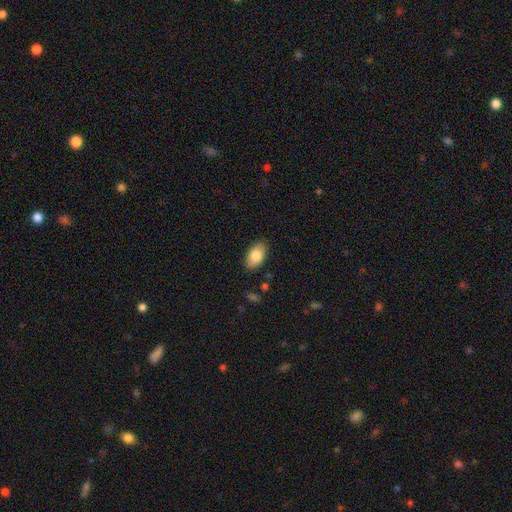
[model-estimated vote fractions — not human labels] Smooth or featured? smooth (83%)
How rounded? in between (93%)
Merging? none (86%)